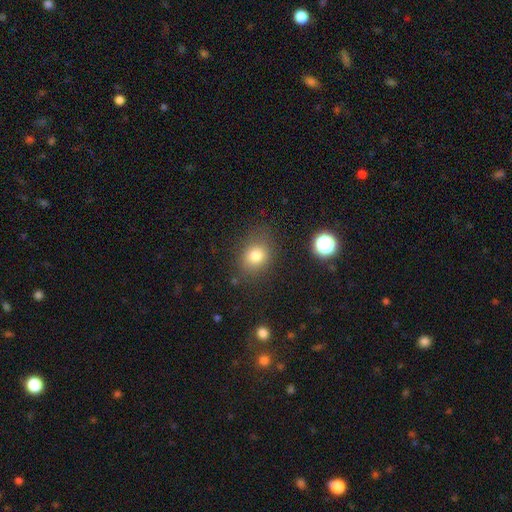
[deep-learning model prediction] Smooth or featured: smooth — 80% (star or artifact — 12%)
How rounded: round — 56% (in between — 43%)
Merging: none — 77% (minor disturbance — 15%)